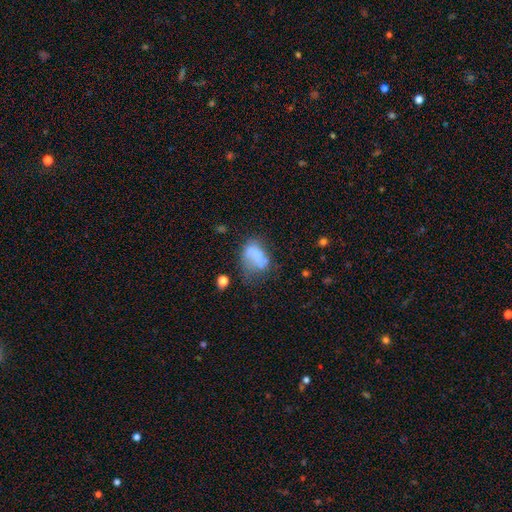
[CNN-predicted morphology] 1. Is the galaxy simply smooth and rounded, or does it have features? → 59% smooth, 29% featured or disk, 12% star or artifact.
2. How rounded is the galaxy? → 80% in between, 18% round, 2% cigar-shaped.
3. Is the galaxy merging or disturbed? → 32% major disturbance, 29% none, 28% minor disturbance, 11% merger.